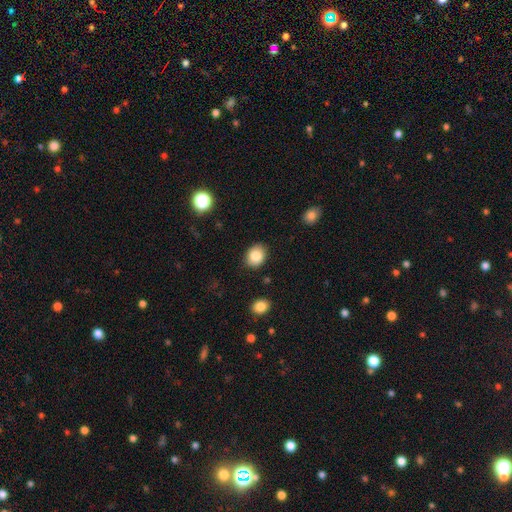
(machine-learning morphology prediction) type=smooth (84%); roundness=in between (55%); merging=none (87%).